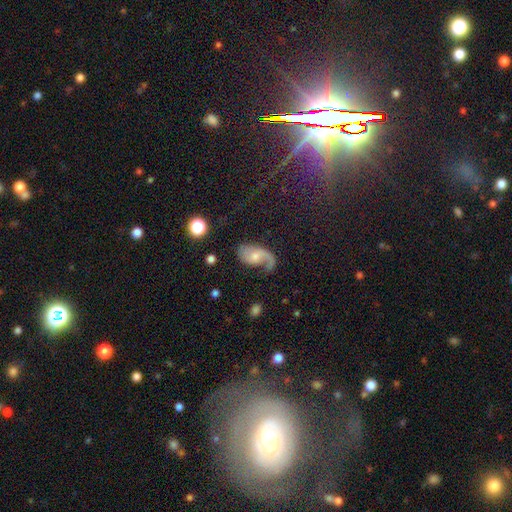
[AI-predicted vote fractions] This appears to be a featured or disk galaxy (72%) with no bar (63%), 2 (56%) loose (55%) spiral arms (92%) and a small central bulge (46%). Merging: none (45%).